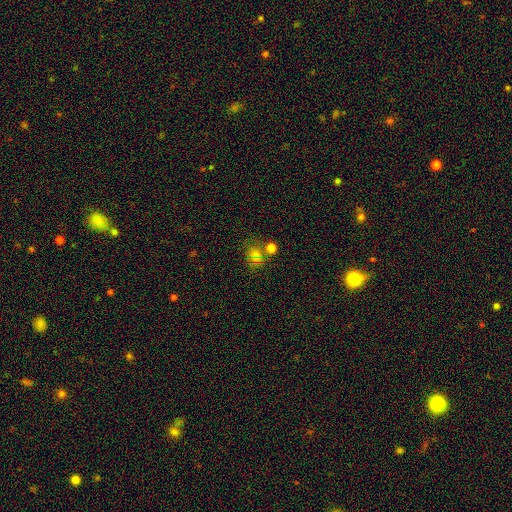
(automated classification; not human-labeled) This appears to be a smooth galaxy with no disk features (65%) that is round (74%). Merging: none (61%).